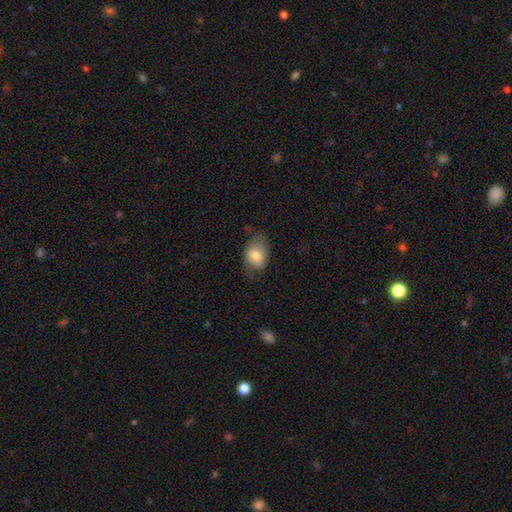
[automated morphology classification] Q: Smooth or featured?
A: smooth (76%); runner-up: featured or disk (17%)
Q: How rounded?
A: in between (72%); runner-up: round (27%)
Q: Merging?
A: none (60%); runner-up: minor disturbance (28%)